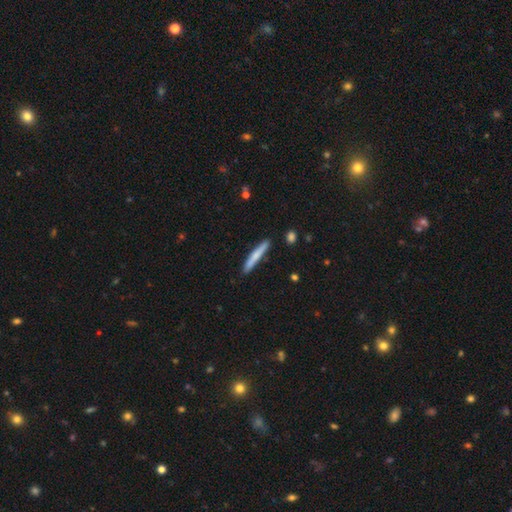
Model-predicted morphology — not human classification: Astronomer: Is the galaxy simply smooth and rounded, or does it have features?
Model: smooth — 69%.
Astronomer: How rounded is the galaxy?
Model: cigar-shaped — 95%.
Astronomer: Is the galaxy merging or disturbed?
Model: none — 88%.